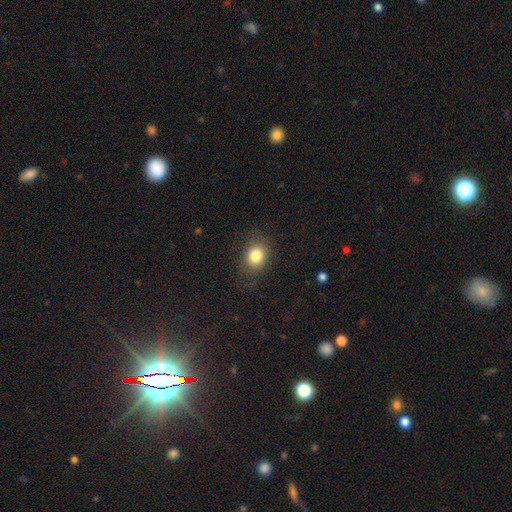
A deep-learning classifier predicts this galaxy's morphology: Smooth or featured? Predicted: smooth (p=0.82). How rounded? Predicted: round (p=0.54). Merging? Predicted: none (p=0.76).